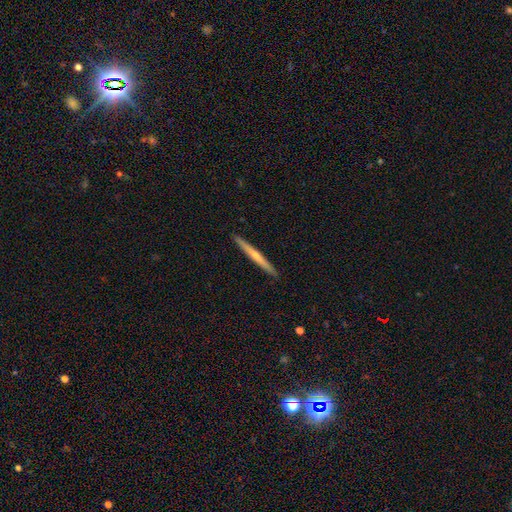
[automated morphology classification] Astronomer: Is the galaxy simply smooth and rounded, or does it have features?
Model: smooth — 48% (runner-up: featured or disk, 47%).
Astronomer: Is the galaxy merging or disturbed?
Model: none — 92%.